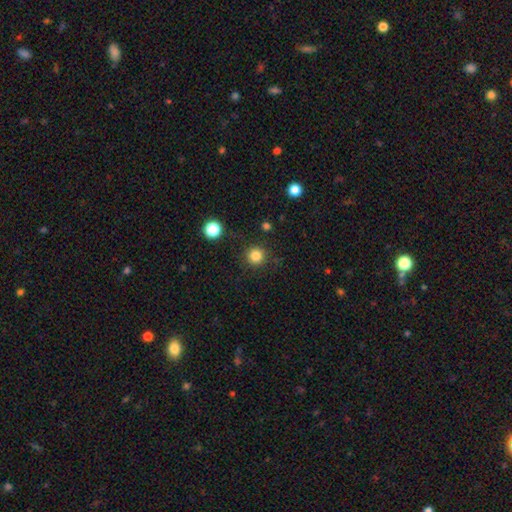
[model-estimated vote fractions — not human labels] This appears to be a smooth galaxy with no disk features (83%) that is round (95%). Merging: none (88%).